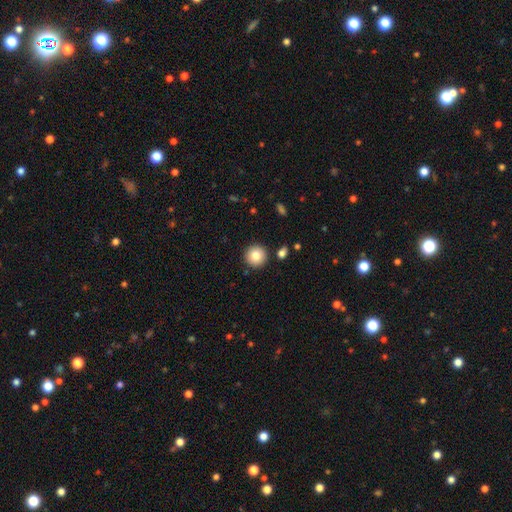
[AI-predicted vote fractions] Smooth or featured: smooth — 82% (featured or disk — 9%)
How rounded: round — 95% (in between — 4%)
Merging: none — 90% (minor disturbance — 5%)